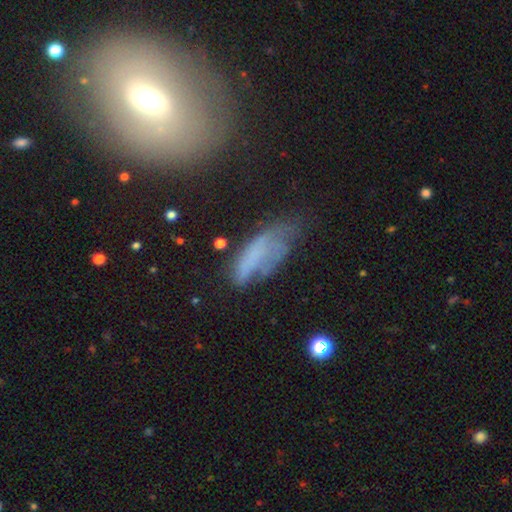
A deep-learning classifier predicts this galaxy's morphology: Smooth or featured: smooth — 49% (featured or disk — 37%)
Merging: none — 38% (minor disturbance — 32%)